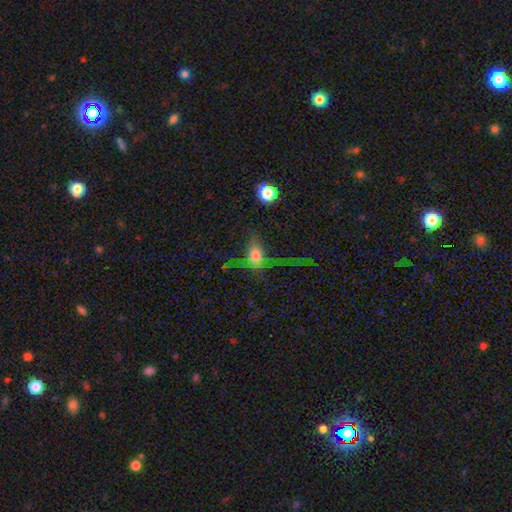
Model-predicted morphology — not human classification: Smooth or featured? Predicted: smooth (p=0.70). How rounded? Predicted: in between (p=0.74). Merging? Predicted: none (p=0.37).